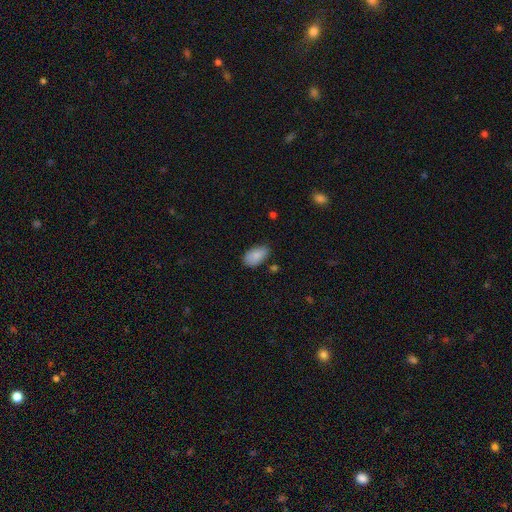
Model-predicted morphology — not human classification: A smooth galaxy with no disk features (85%) that is in between round and cigar-shaped (94%). Merging: none (67%).